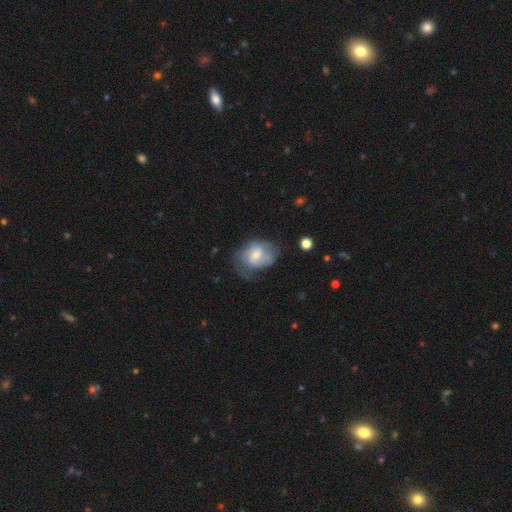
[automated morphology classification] Smooth or featured: featured or disk — 50% (smooth — 42%)
Edge-on disk: no — 96% (yes — 4%)
Merging: none — 47% (minor disturbance — 30%)